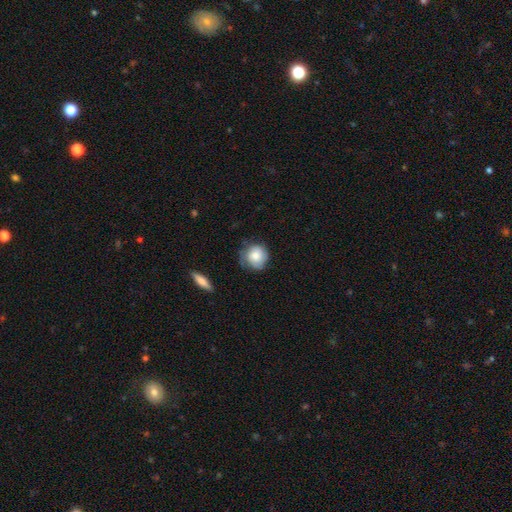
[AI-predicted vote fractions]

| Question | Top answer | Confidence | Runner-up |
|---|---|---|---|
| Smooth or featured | smooth | 73% | featured or disk (20%) |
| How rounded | round | 87% | in between (12%) |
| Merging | none | 64% | minor disturbance (27%) |